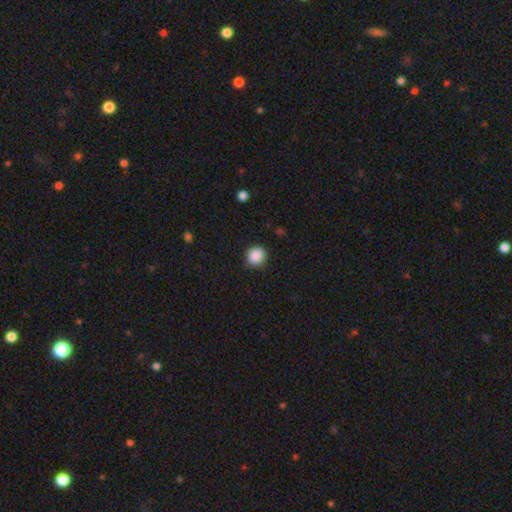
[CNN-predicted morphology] A smooth galaxy with no disk features (88%) that is round (92%). Merging: none (88%).